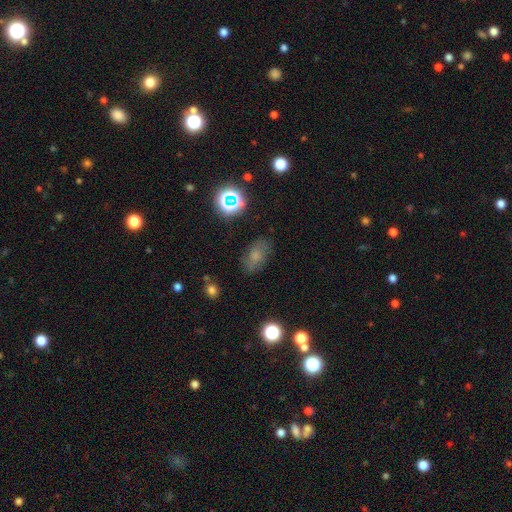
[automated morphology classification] Smooth or featured? smooth (64%)
How rounded? in between (86%)
Merging? none (75%)